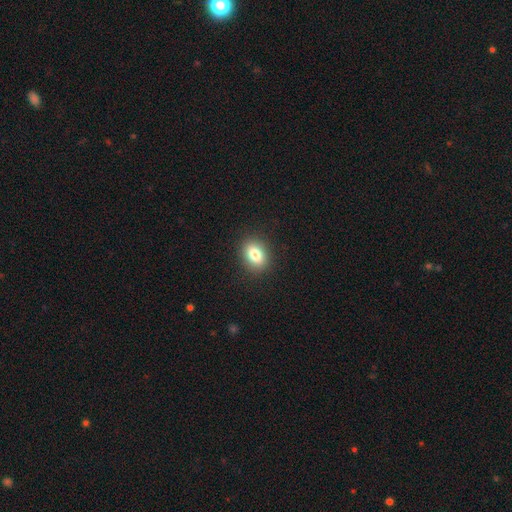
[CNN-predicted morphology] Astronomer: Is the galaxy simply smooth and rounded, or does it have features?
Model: smooth — 77%.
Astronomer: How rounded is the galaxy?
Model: round — 54% (runner-up: in between, 45%).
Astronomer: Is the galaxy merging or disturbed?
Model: none — 91%.